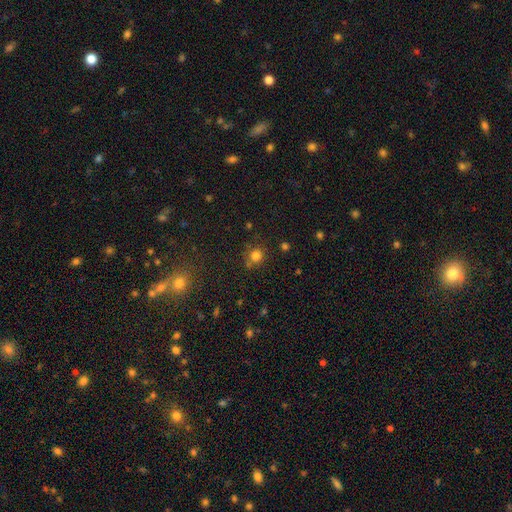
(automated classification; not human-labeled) A smooth galaxy with no disk features (77%) that is round (88%). Merging: none (73%).